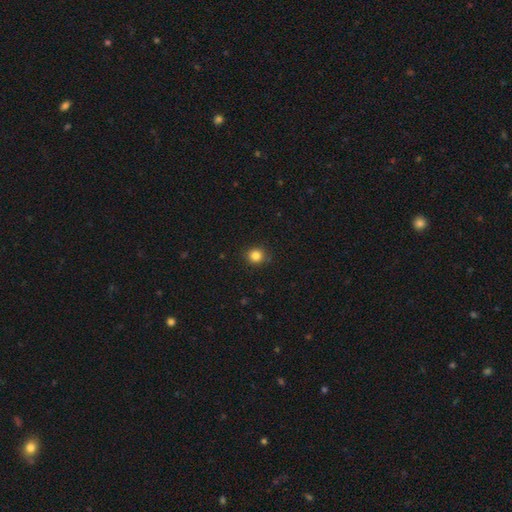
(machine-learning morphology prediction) This is clearly a smooth galaxy (84%). How rounded: clearly round (89%). Merging: clearly none (87%).